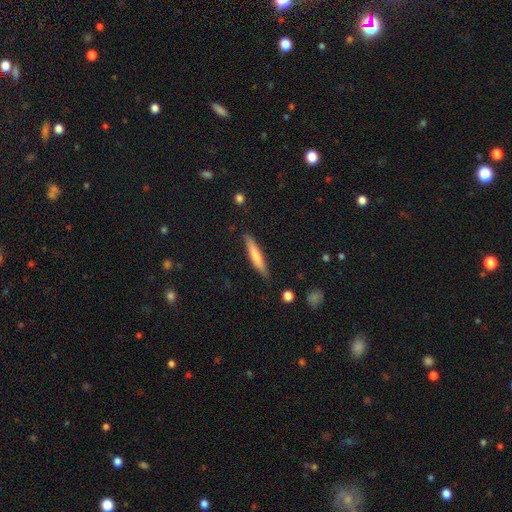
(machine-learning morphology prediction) Smooth or featured: smooth — 70% (featured or disk — 25%)
How rounded: cigar-shaped — 91% (in between — 8%)
Merging: none — 83% (minor disturbance — 13%)